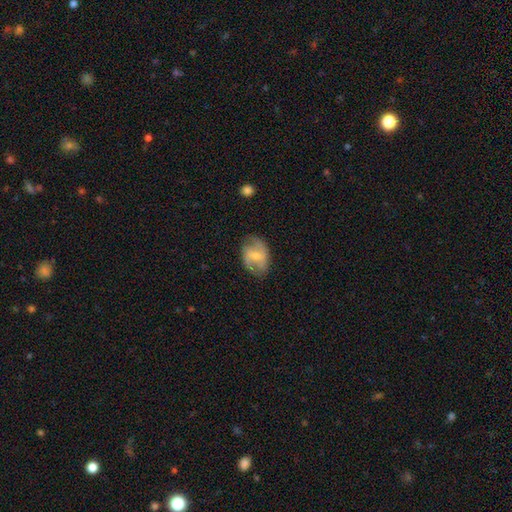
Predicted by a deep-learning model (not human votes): smooth-or-featured: featured or disk: 62% | smooth: 32% | star or artifact: 7%
  disk-edge-on: no: 96% | yes: 4%
    bar: weak: 52% | no: 24% | strong: 23%
    has-spiral-arms: yes: 82% | no: 18%
    bulge-size: moderate: 44% | small: 43% | none: 8% | large: 4% | dominant: 1%
  merging: none: 73% | minor disturbance: 19% | major disturbance: 7% | merger: 1%